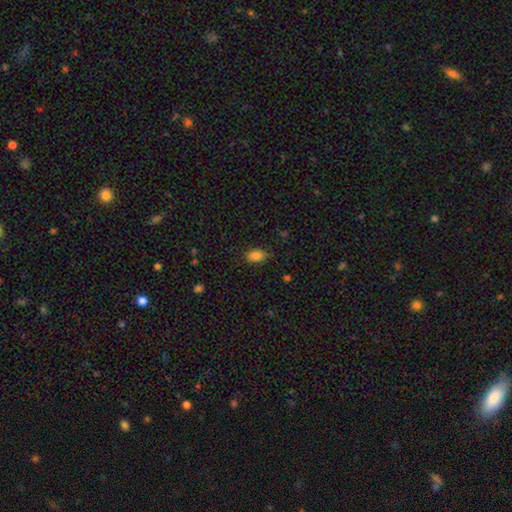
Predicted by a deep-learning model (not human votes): A smooth galaxy with no disk features (83%) that is in between round and cigar-shaped (86%). Merging: none (80%).